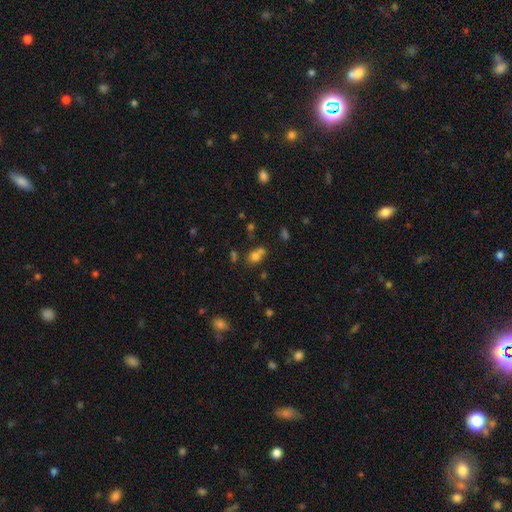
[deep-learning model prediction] smooth-or-featured: smooth: 70% | star or artifact: 18% | featured or disk: 12%
  how-rounded: in between: 49% (tied) | round: 49% (tied) | cigar-shaped: 2%
  merging: merger: 42% | none: 40% | minor disturbance: 13% | major disturbance: 6%